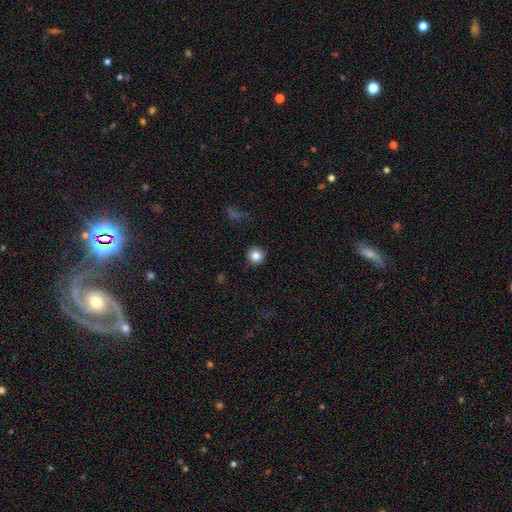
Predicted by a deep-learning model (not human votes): smooth-or-featured: smooth: 83% | star or artifact: 11% | featured or disk: 6%
  how-rounded: round: 95% | in between: 4% | cigar-shaped: 1%
  merging: none: 91% | minor disturbance: 6% | major disturbance: 2% | merger: 1%